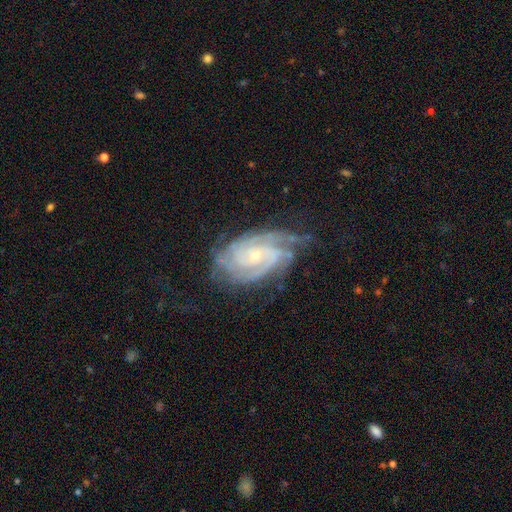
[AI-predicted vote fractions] The model was most divided on "spiral arm count": 2: 27%, 3: 26%, 4: 17%, can't tell: 17%, more than 4: 6%, 1: 6%. More confident: spiral arms — yes (98%); edge-on disk — no (97%); smooth or featured — featured or disk (90%); bulge size — small (76%); spiral winding — tight (70%); bar — no (66%); merging — none (65%).